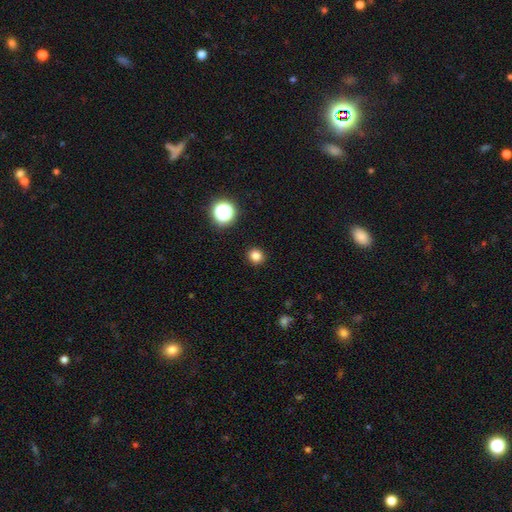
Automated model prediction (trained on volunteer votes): Smooth or featured: smooth — 81% (star or artifact — 15%)
How rounded: round — 91% (in between — 8%)
Merging: none — 92% (minor disturbance — 5%)